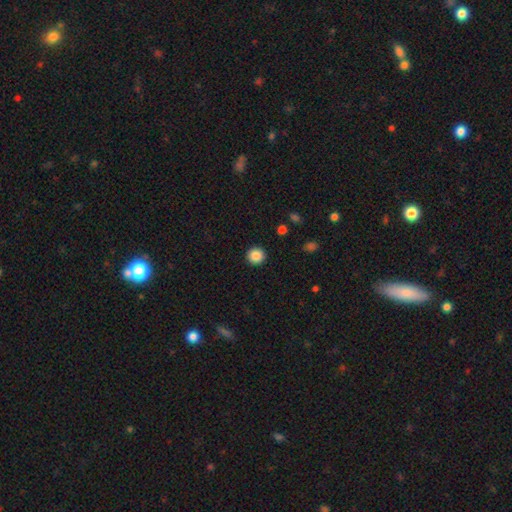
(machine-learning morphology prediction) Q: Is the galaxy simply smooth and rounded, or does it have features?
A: smooth — 87%.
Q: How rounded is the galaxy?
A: round — 95%.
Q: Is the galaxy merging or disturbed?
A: none — 93%.